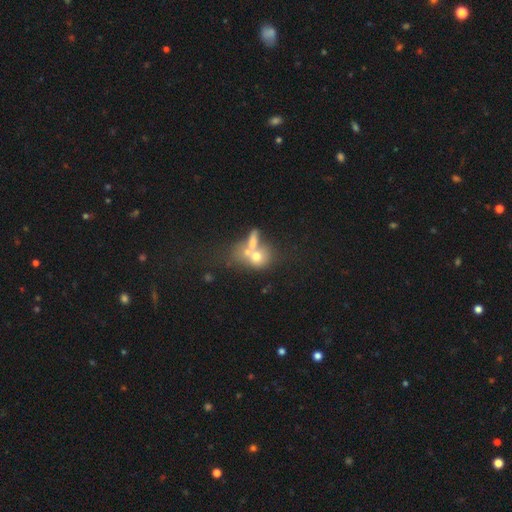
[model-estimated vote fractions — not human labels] Smooth or featured: smooth — 60% (featured or disk — 27%)
How rounded: round — 56% (in between — 41%)
Merging: merger — 58% (none — 24%)